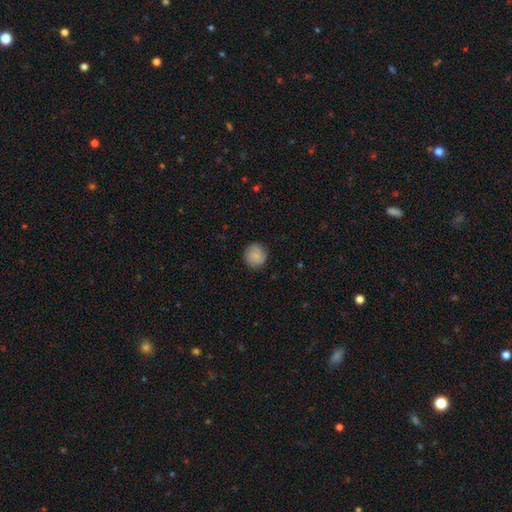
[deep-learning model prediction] Smooth or featured?
  - smooth: 79% *
  - featured or disk: 13%
  - star or artifact: 7%
How rounded?
  - round: 89% *
  - in between: 10%
  - cigar-shaped: 1%
Merging?
  - none: 84% *
  - minor disturbance: 12%
  - major disturbance: 3%
  - merger: 1%